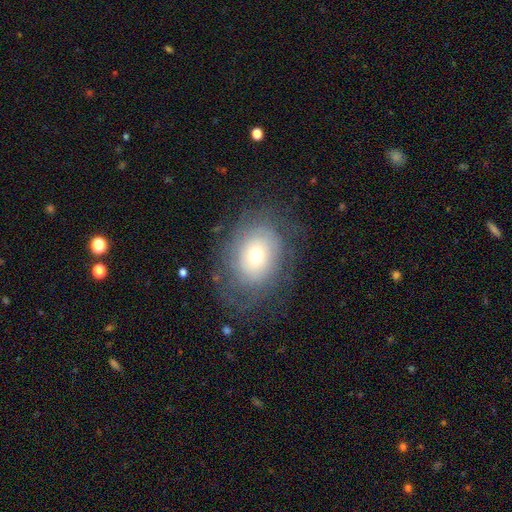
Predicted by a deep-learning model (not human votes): smooth-or-featured: featured or disk: 46% | smooth: 43% | star or artifact: 10%
  merging: none: 68% | minor disturbance: 18% | major disturbance: 12% | merger: 1%